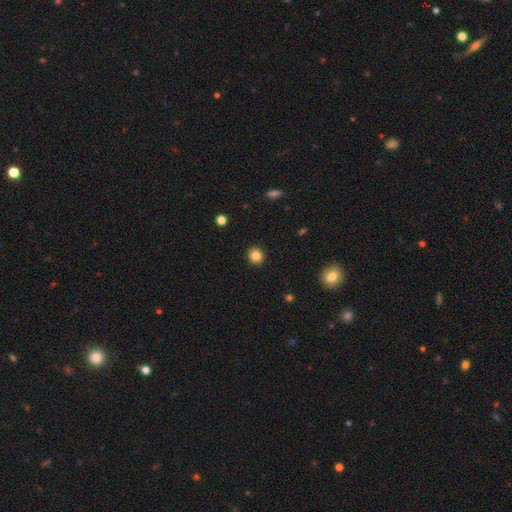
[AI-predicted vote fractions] A smooth galaxy with no disk features (83%) that is round (87%). Merging: none (92%).